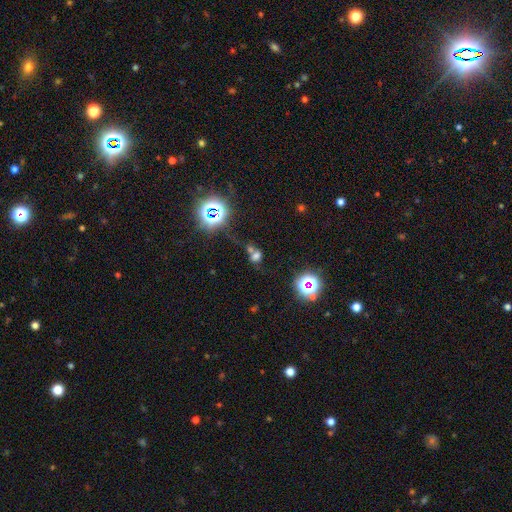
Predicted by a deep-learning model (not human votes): Overall: smooth (51%; star or artifact 35%). How rounded: round (53%; in between 45%). Merging: merger (49%; none 34%).